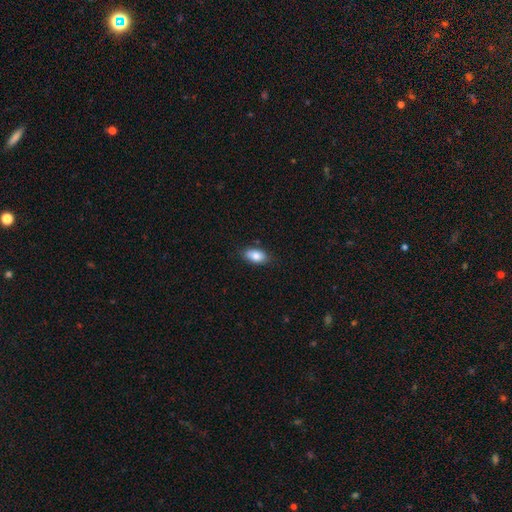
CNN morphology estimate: smooth_or_featured: smooth (p=0.85) [alt: featured or disk p=0.08]
how_rounded: in between (p=0.91) [alt: round p=0.05]
merging: none (p=0.84) [alt: minor disturbance p=0.13]